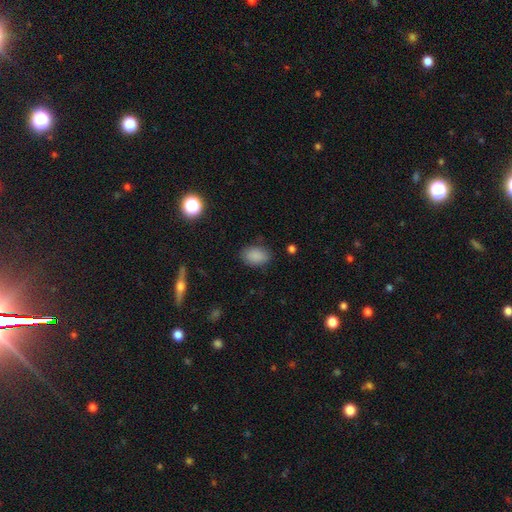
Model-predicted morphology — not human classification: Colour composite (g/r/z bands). It shows a smooth galaxy with no disk features (86%) that is in between round and cigar-shaped (83%). Merging: none (81%).